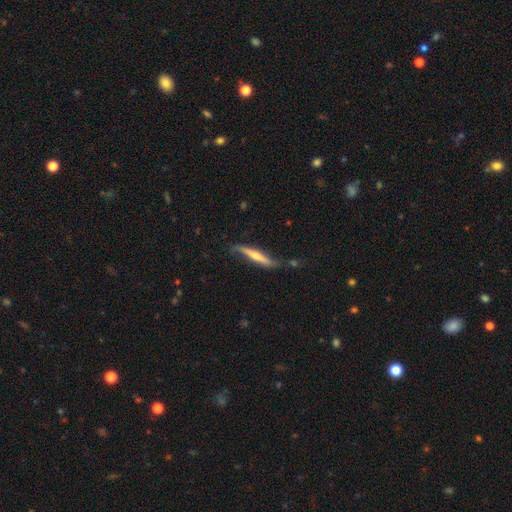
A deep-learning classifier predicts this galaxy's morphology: Overall: featured or disk (60%; smooth 34%). Edge-on disk: yes (84%). Edge-on bulge: rounded (66%). Merging: none (59%; minor disturbance 28%).